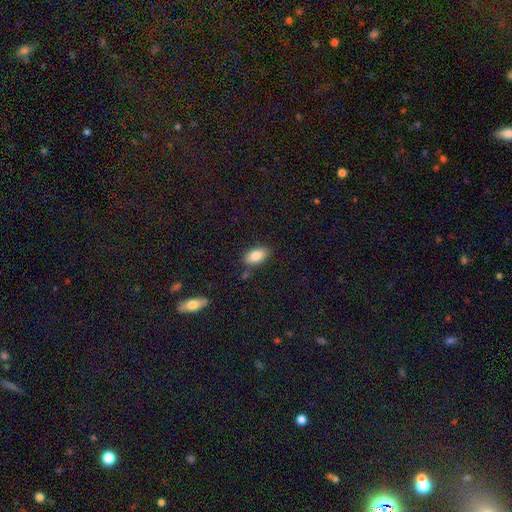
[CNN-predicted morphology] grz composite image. It shows a smooth galaxy with no disk features (84%) that is in between round and cigar-shaped (92%). Merging: none (81%).